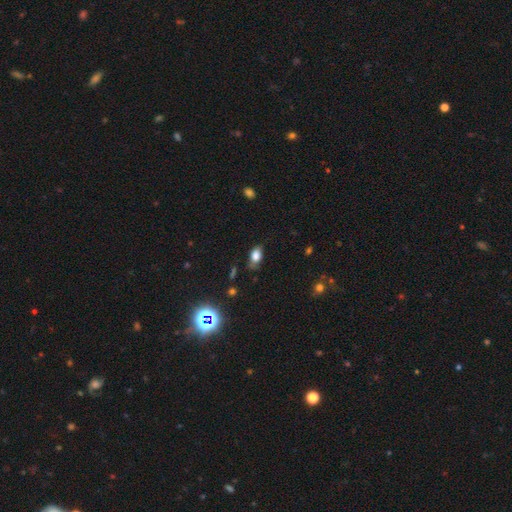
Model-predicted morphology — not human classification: Smooth or featured? Predicted: smooth (p=0.77). How rounded? Predicted: in between (p=0.87). Merging? Predicted: none (p=0.64).